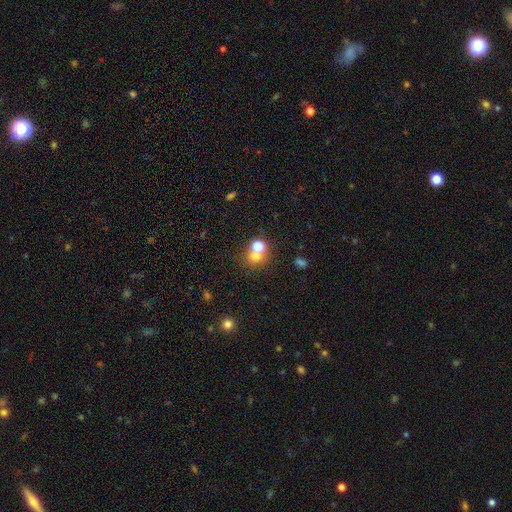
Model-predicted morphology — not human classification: This appears to be a smooth galaxy with no disk features (66%) that is round (79%). Merging: none (46%).